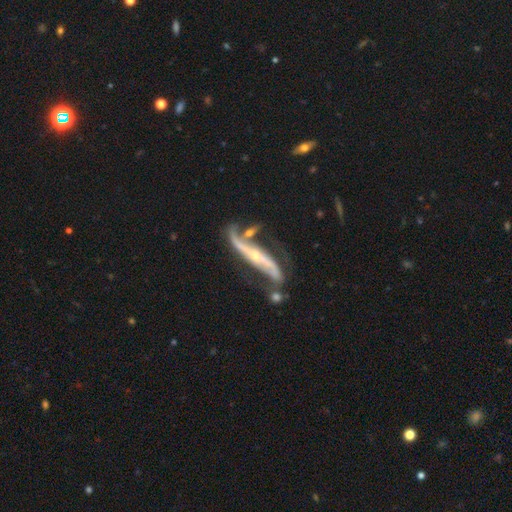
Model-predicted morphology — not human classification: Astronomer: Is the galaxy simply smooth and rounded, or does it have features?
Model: featured or disk — 87%.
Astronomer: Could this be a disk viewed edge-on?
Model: no — 64%.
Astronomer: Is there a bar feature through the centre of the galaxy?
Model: strong — 46% (runner-up: no, 35%).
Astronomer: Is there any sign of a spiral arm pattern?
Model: yes — 92%.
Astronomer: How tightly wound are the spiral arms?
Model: loose — 70%.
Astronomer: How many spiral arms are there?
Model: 2 — 88%.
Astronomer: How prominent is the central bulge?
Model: small — 70%.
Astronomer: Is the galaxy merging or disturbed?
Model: none — 43% (runner-up: minor disturbance, 21%).